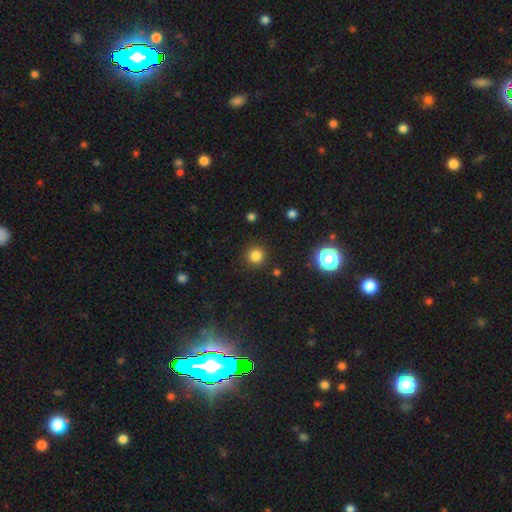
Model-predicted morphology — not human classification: Smooth or featured? smooth (81%)
How rounded? round (94%)
Merging? none (90%)